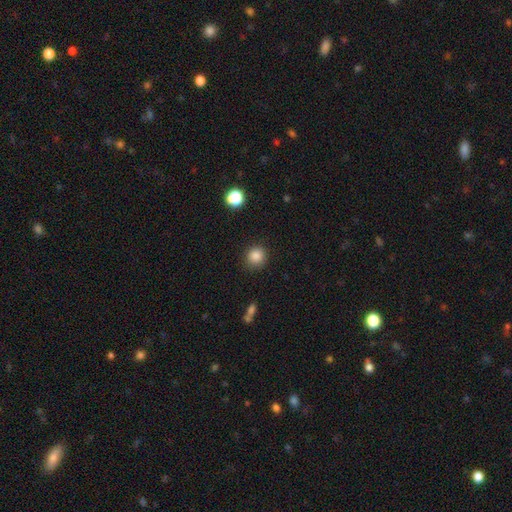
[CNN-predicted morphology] The model was most divided on "smooth or featured": smooth: 86%, star or artifact: 11%, featured or disk: 3%. More confident: how rounded — round (90%); merging — none (87%).